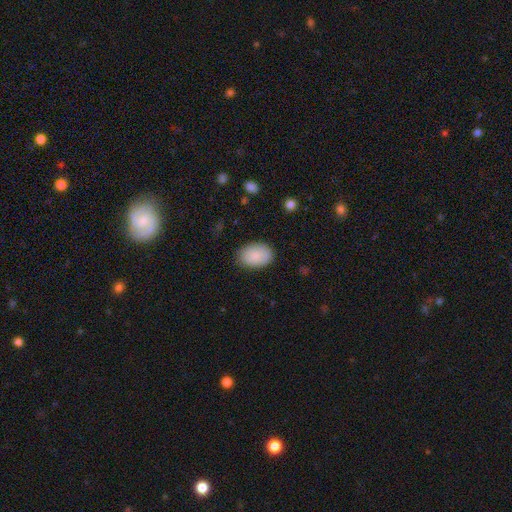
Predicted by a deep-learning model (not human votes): Smooth or featured?
  - smooth: 88% *
  - star or artifact: 6%
  - featured or disk: 6%
How rounded?
  - in between: 84% *
  - round: 15%
  - cigar-shaped: 1%
Merging?
  - none: 84% *
  - minor disturbance: 12%
  - major disturbance: 3%
  - merger: 1%